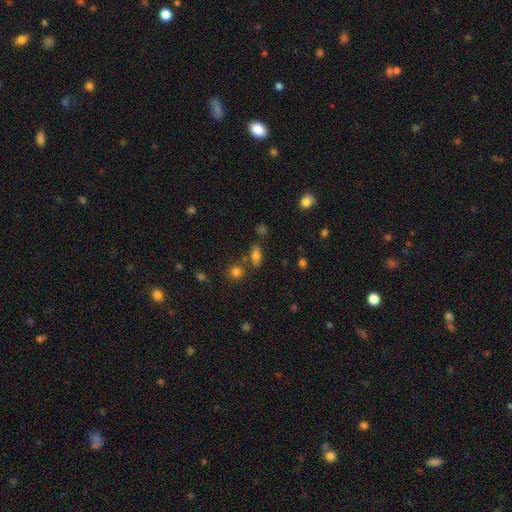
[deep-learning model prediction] Morphology: type=smooth (74%); roundness=in between (76%); merging=none (71%).